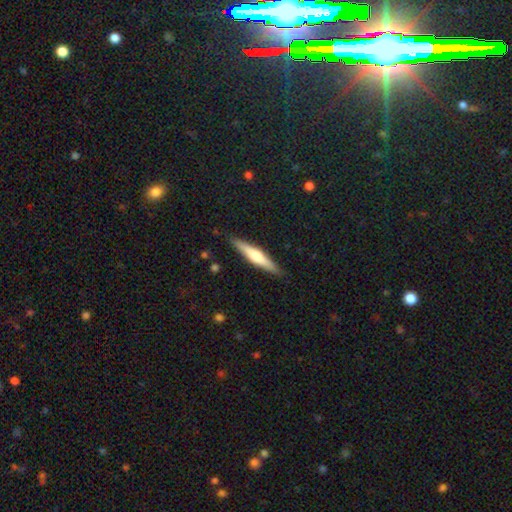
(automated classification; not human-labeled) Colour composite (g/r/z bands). It shows a featured or disk galaxy (53%) viewed edge-on (96%) with a rounded central bulge (80%). Merging: none (90%).